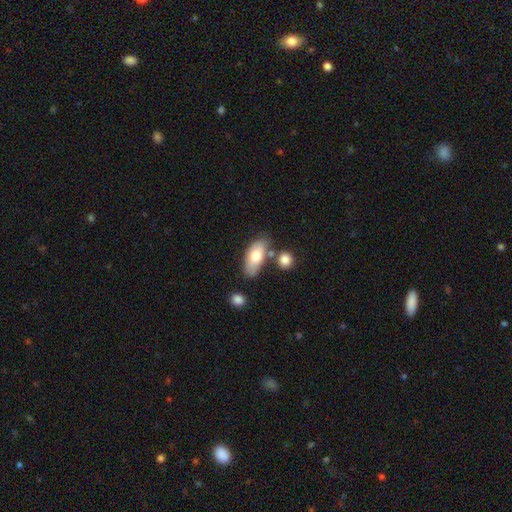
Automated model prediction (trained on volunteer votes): Smooth or featured: smooth — 72% (featured or disk — 22%)
How rounded: in between — 88% (cigar-shaped — 9%)
Merging: none — 66% (minor disturbance — 16%)